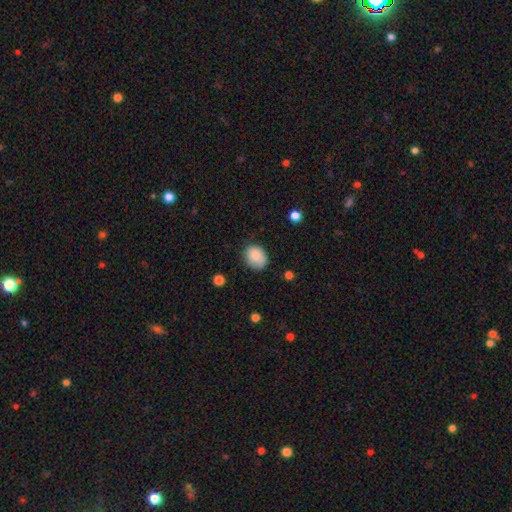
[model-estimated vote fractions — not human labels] A smooth galaxy with no disk features (84%) that is round (52%).

Vote fractions:
- Smooth or featured? smooth: 84% / star or artifact: 8% / featured or disk: 8%
- How rounded? round: 52% / in between: 47% / cigar-shaped: 1%
- Merging? none: 74% / minor disturbance: 20% / major disturbance: 4% / merger: 2%